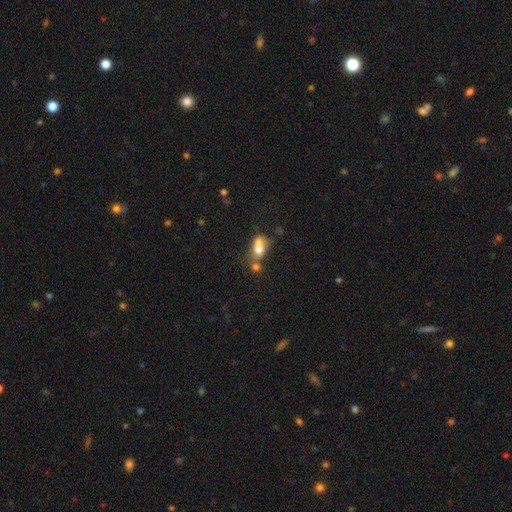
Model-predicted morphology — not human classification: Overall: smooth (62%). How rounded: in between (70%). Merging: none (40%; merger 38%).